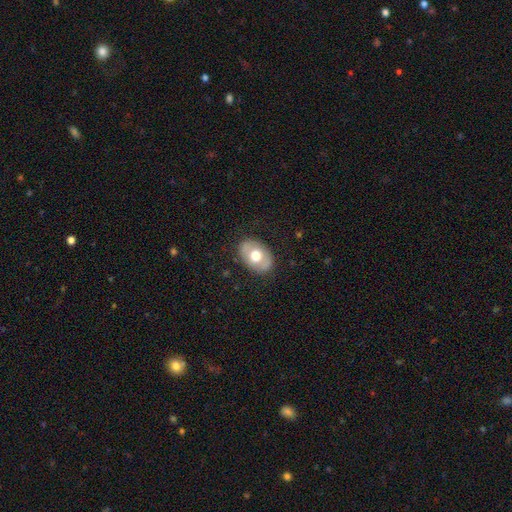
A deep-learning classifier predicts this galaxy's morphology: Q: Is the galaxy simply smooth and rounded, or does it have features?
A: smooth — 56%.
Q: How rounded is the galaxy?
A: in between — 78%.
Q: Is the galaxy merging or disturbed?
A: none — 82%.